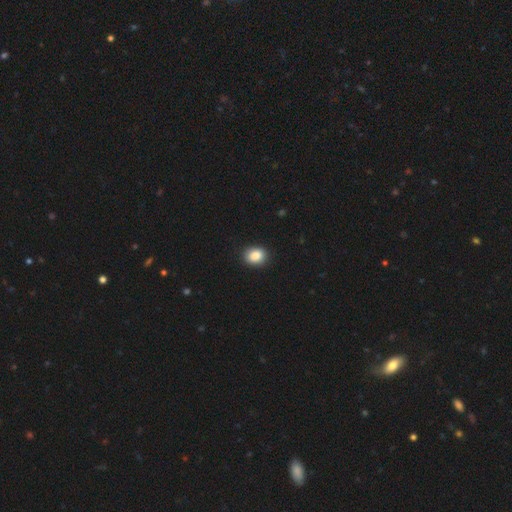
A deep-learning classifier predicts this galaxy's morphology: The model was most divided on "how rounded": in between: 57%, round: 42%, cigar-shaped: 1%. More confident: merging — none (90%); smooth or featured — smooth (88%).